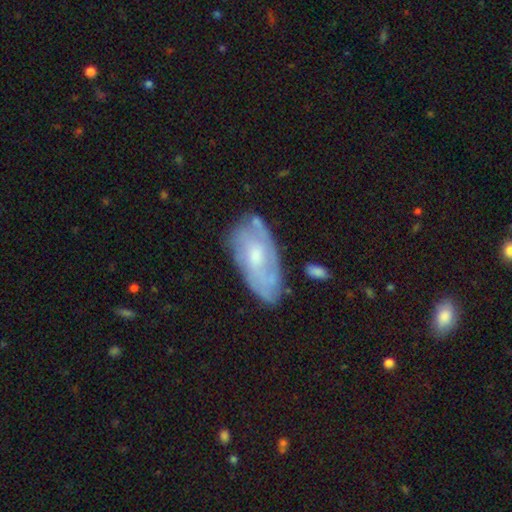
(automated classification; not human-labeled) This is likely a featured or disk galaxy (61%). It is clearly not viewed edge-on (91%). Bar: likely no (65%). Spiral arm pattern: likely yes (73%). Central bulge: possibly moderate (50%). Merging: likely none (66%).